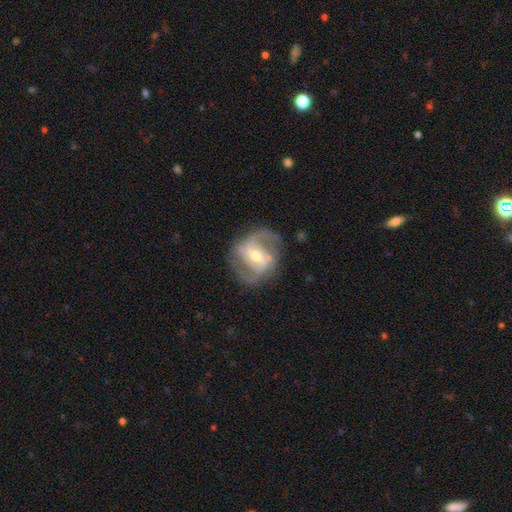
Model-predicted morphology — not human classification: This appears to be a featured or disk galaxy (88%) with a weak bar (46%), 2 (64%) medium (54%) spiral arms (96%) and a moderate central bulge (56%). Merging: none (73%).